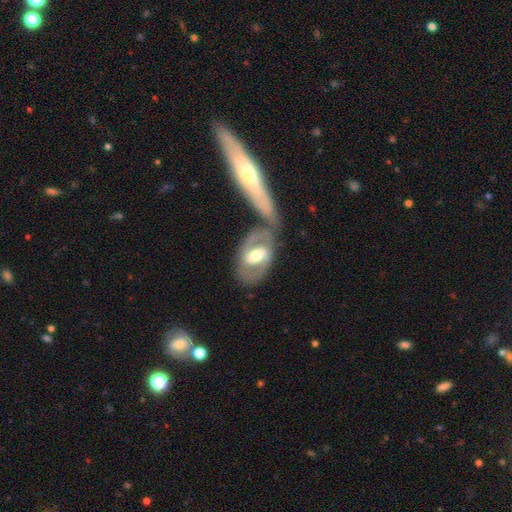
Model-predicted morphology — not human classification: A featured or disk galaxy (72%) with a strong bar (43%), 2 (81%) medium (48%) spiral arms (76%) and a moderate central bulge (70%). Merging: none (48%).